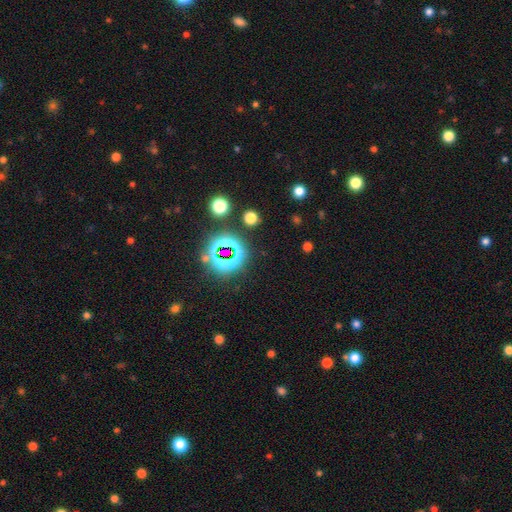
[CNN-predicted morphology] Smooth or featured?
  - star or artifact: 79% *
  - smooth: 12%
  - featured or disk: 9%